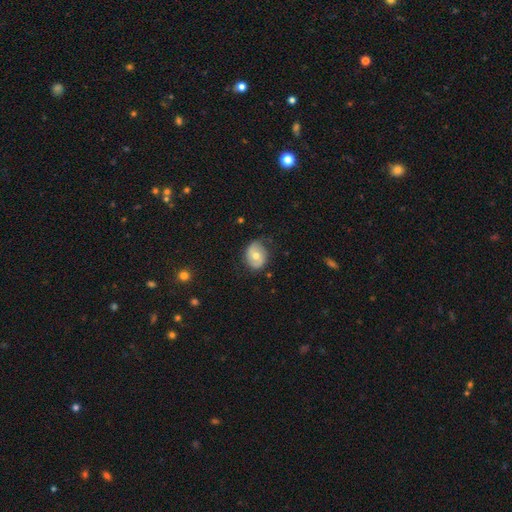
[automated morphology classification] smooth-or-featured: smooth: 49% | featured or disk: 43% | star or artifact: 7%
  merging: none: 65% | minor disturbance: 27% | major disturbance: 7% | merger: 1%